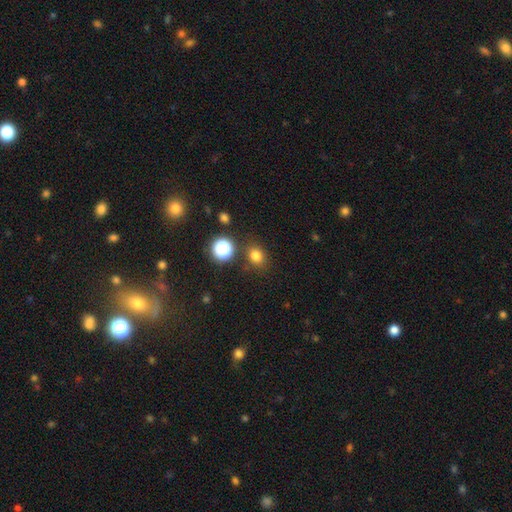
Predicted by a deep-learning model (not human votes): This is likely a smooth galaxy (78%). How rounded: likely round (63%). Merging: clearly none (82%).